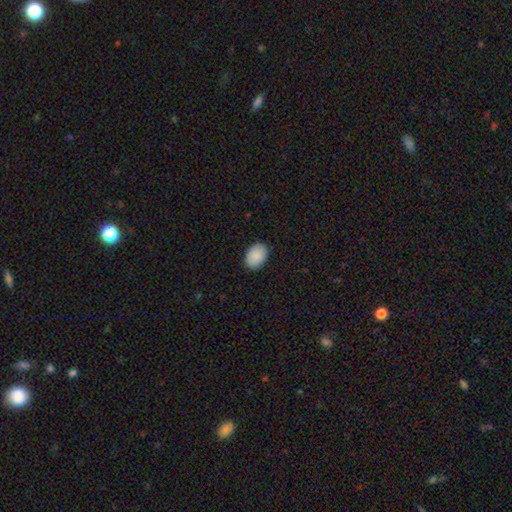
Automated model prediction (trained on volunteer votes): A smooth galaxy with no disk features (90%) that is in between round and cigar-shaped (81%). Merging: none (89%).